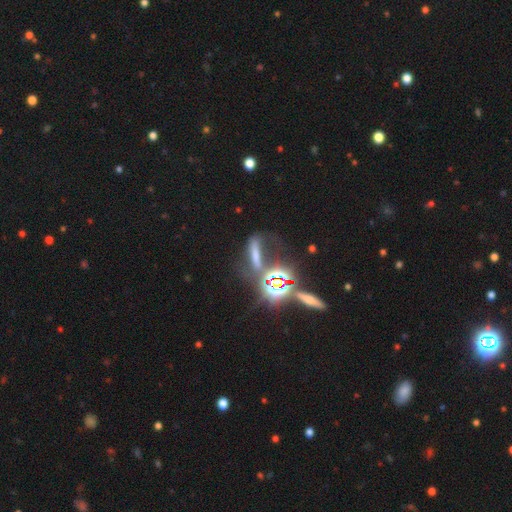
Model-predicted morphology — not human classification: The model was most divided on "smooth or featured": smooth: 40%, star or artifact: 38%, featured or disk: 22%. Remaining: merging — none (49%).